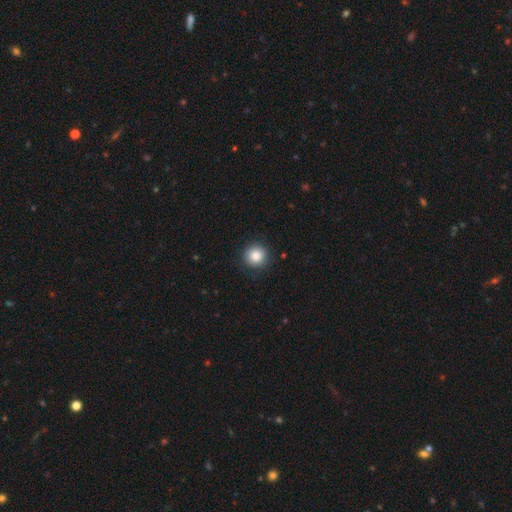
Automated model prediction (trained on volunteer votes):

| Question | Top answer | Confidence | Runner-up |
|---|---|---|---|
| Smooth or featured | smooth | 85% | star or artifact (10%) |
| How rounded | round | 93% | in between (6%) |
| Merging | none | 87% | minor disturbance (9%) |